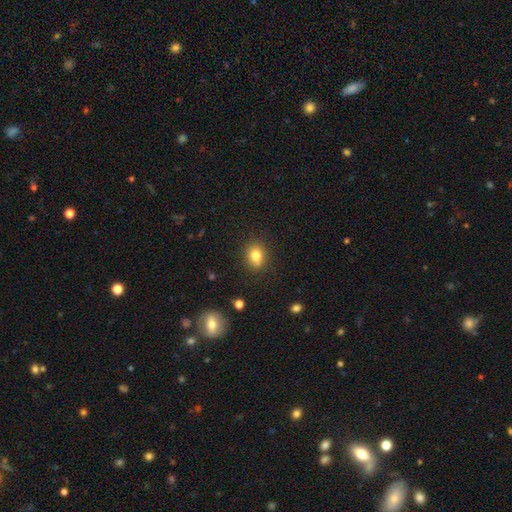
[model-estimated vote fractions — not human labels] A smooth galaxy with no disk features (80%) that is round (61%). Merging: none (82%).